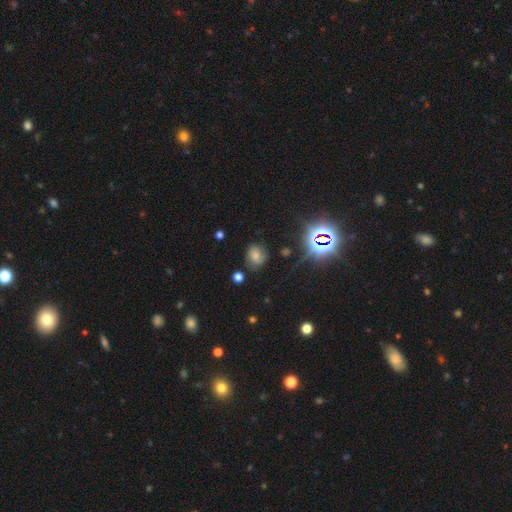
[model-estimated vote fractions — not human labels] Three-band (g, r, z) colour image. It shows a smooth galaxy with no disk features (53%) that is round (55%). Merging: none (65%).